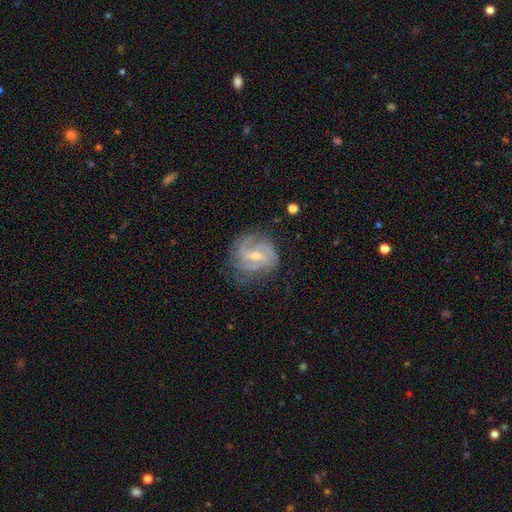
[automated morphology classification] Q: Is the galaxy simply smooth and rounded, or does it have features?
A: featured or disk — 86%.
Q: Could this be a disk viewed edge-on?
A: no — 97%.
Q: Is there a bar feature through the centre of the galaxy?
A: weak — 49%.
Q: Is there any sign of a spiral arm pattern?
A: yes — 96%.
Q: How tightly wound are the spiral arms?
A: tight — 51%.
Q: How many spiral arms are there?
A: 2 — 36%.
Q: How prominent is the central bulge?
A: small — 51%.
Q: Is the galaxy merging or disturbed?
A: none — 71%.